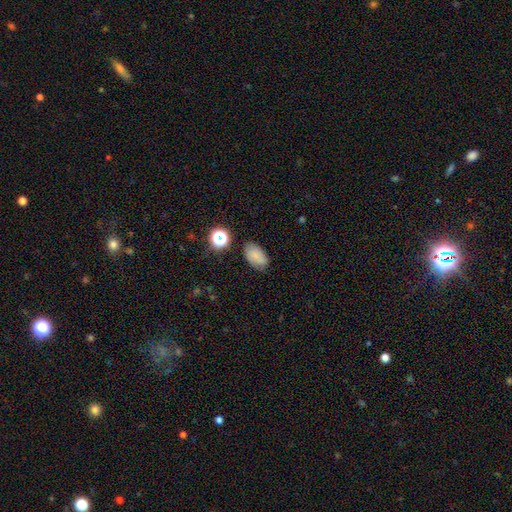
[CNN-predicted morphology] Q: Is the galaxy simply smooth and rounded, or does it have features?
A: smooth — 79%.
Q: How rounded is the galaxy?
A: in between — 89%.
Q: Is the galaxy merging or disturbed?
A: none — 78%.